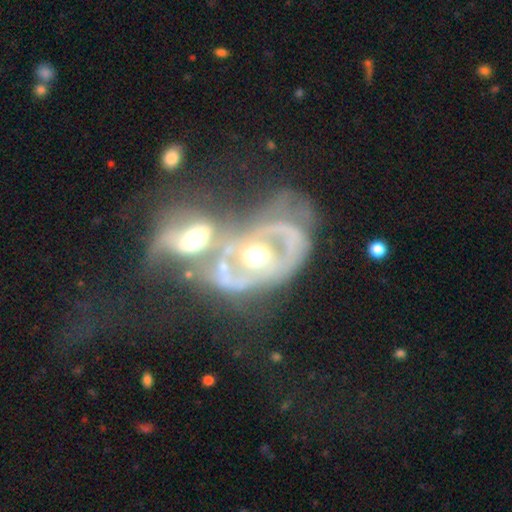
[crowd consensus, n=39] A featured or disk galaxy (82%) with no bar (77%), no spiral arms (77%) and a moderate central bulge (73%).

Vote fractions:
- Smooth or featured? featured or disk: 82% / smooth: 13% / star or artifact: 5%
- Edge-on disk? no: 94% / yes: 6%
- Bar? no: 77% / strong: 13% / weak: 10%
- Spiral arms? no: 77% / yes: 23%
- Bulge size? moderate: 73% / small: 13% / large: 10% / dominant: 3% / none: 0%
- Merging? merger: 70% / major disturbance: 14% / none: 11% / minor disturbance: 5%